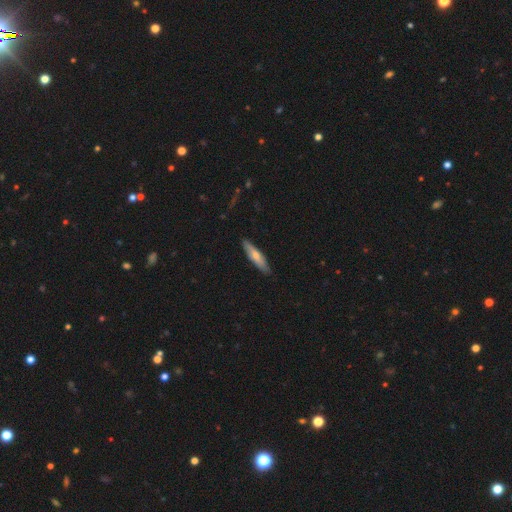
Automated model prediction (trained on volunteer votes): This is possibly a smooth galaxy (59%). How rounded: likely cigar-shaped (77%). Merging: clearly none (87%).